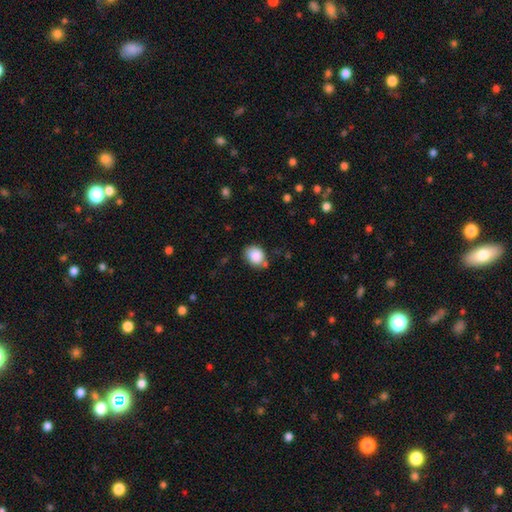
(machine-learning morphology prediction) A smooth galaxy with no disk features (87%) that is round (55%).

Vote fractions:
- Smooth or featured? smooth: 87% / star or artifact: 8% / featured or disk: 5%
- How rounded? round: 55% / in between: 44% / cigar-shaped: 1%
- Merging? none: 69% / minor disturbance: 19% / merger: 7% / major disturbance: 5%